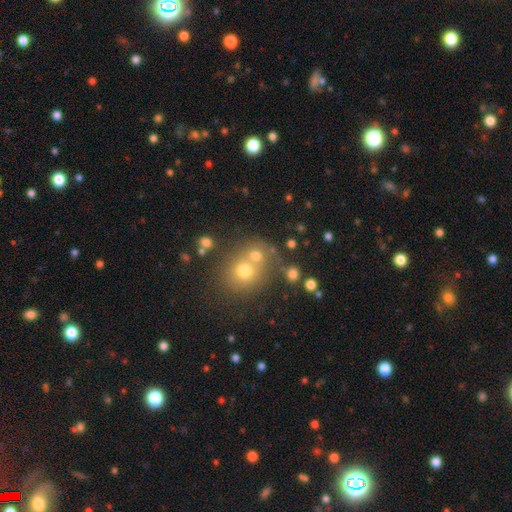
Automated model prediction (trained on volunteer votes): smooth_or_featured: smooth (p=0.68) [alt: star or artifact p=0.18]
how_rounded: round (p=0.77) [alt: in between p=0.22]
merging: merger (p=0.45) [alt: none p=0.44]